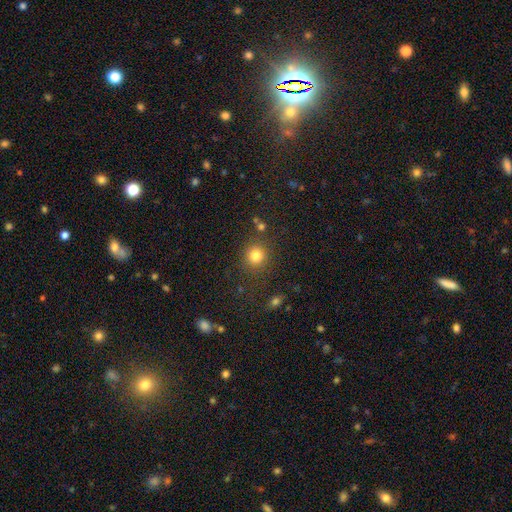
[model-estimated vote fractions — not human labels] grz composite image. It shows a smooth galaxy with no disk features (82%) that is round (90%). Merging: none (81%).